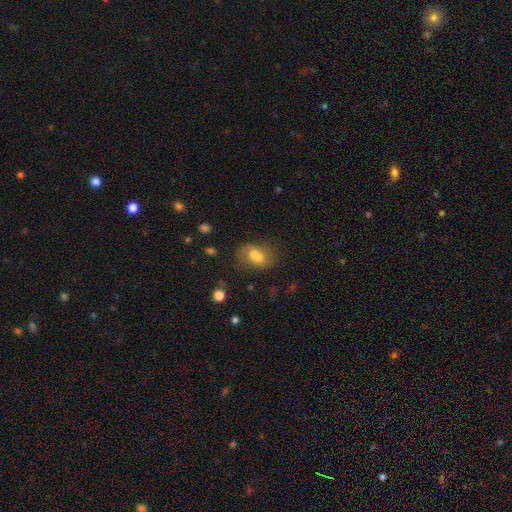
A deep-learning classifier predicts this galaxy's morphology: type=smooth (66%); roundness=in between (69%); merging=merger (51%).